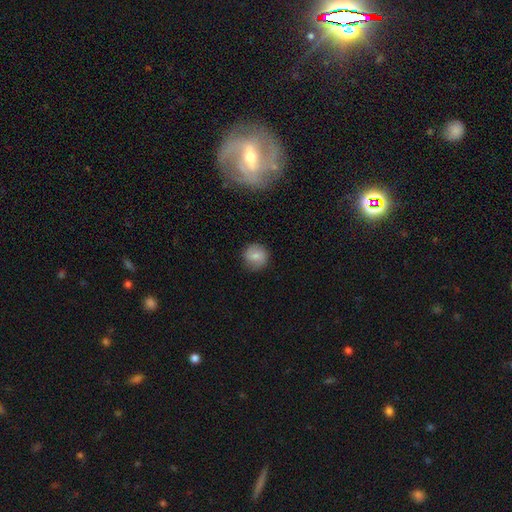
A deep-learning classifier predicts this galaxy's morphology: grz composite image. It shows a smooth galaxy with no disk features (75%) that is round (91%). Merging: none (82%).